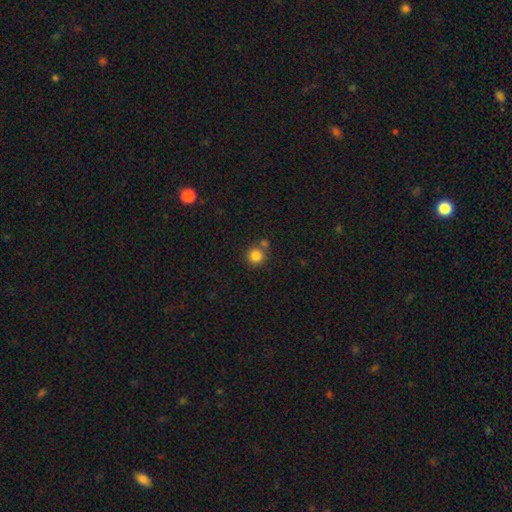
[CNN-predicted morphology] The model was most divided on "merging": none: 66%, merger: 21%, minor disturbance: 10%, major disturbance: 3%. More confident: how rounded — round (91%); smooth or featured — smooth (85%).